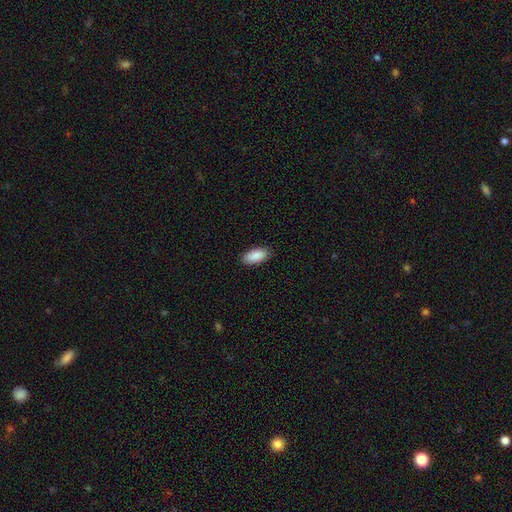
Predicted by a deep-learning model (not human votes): smooth-or-featured: smooth: 90% | star or artifact: 6% | featured or disk: 4%
  how-rounded: in between: 91% | cigar-shaped: 7% | round: 2%
  merging: none: 87% | minor disturbance: 10% | major disturbance: 2% | merger: 1%